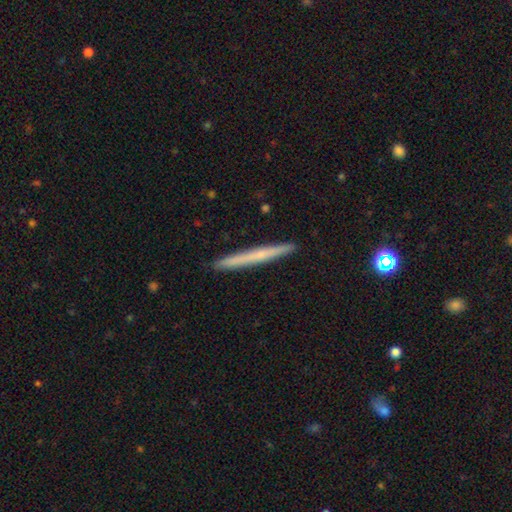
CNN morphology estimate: This appears to be a smooth galaxy with no disk features (51%) that is cigar-shaped (97%). Merging: none (93%).